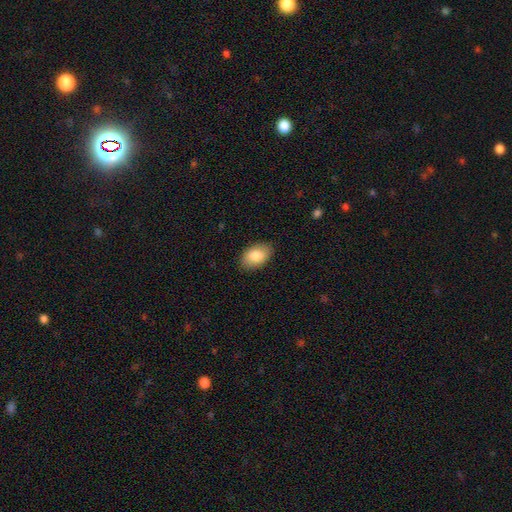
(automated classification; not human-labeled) smooth_or_featured: smooth (p=0.84) [alt: featured or disk p=0.09]
how_rounded: in between (p=0.91) [alt: round p=0.08]
merging: none (p=0.87) [alt: minor disturbance p=0.10]